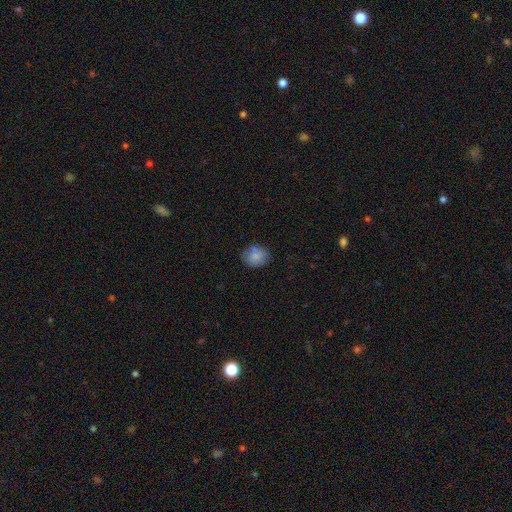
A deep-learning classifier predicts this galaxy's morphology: smooth_or_featured: smooth (p=0.79) [alt: featured or disk p=0.12]
how_rounded: round (p=0.65) [alt: in between p=0.34]
merging: none (p=0.69) [alt: minor disturbance p=0.19]